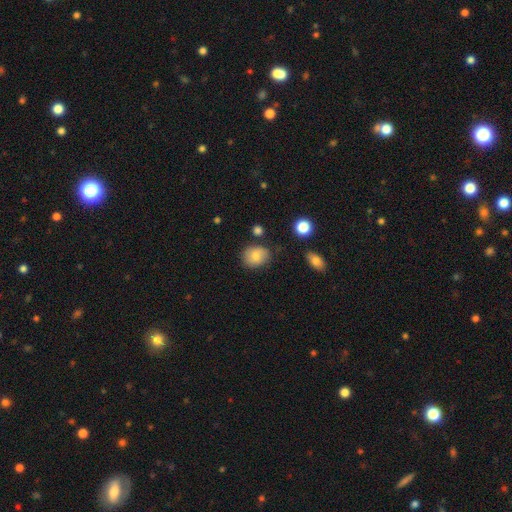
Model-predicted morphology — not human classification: A smooth galaxy with no disk features (79%) that is round (56%).

Vote fractions:
- Smooth or featured? smooth: 79% / featured or disk: 12% / star or artifact: 9%
- How rounded? round: 56% / in between: 43% / cigar-shaped: 1%
- Merging? none: 76% / minor disturbance: 17% / major disturbance: 4% / merger: 3%